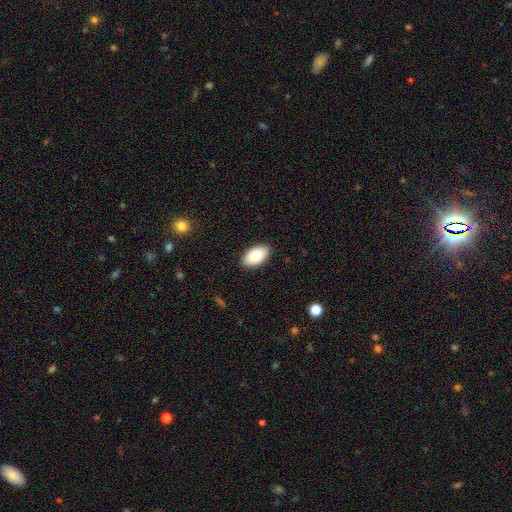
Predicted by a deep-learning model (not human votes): Smooth or featured? smooth (84%)
How rounded? in between (95%)
Merging? none (89%)